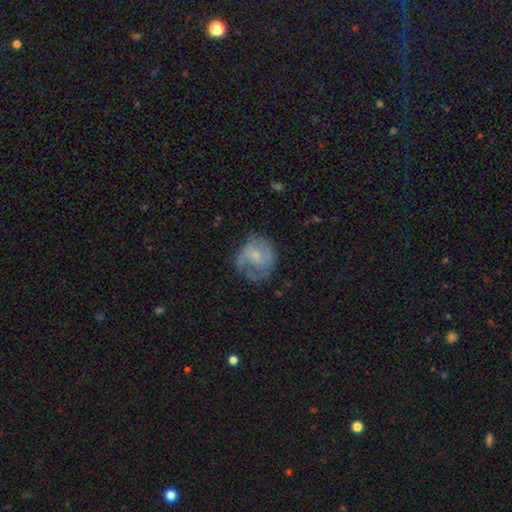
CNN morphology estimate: A featured or disk galaxy (54%) with no bar (67%), spiral arms (64%) and a small central bulge (54%).

Vote fractions:
- Smooth or featured? featured or disk: 54% / smooth: 39% / star or artifact: 7%
- Edge-on disk? no: 98% / yes: 2%
- Bar? no: 67% / weak: 29% / strong: 5%
- Spiral arms? yes: 64% / no: 36%
- Bulge size? small: 54% / moderate: 33% / none: 10% / large: 2% / dominant: 1%
- Merging? none: 50% / minor disturbance: 26% / major disturbance: 21% / merger: 2%